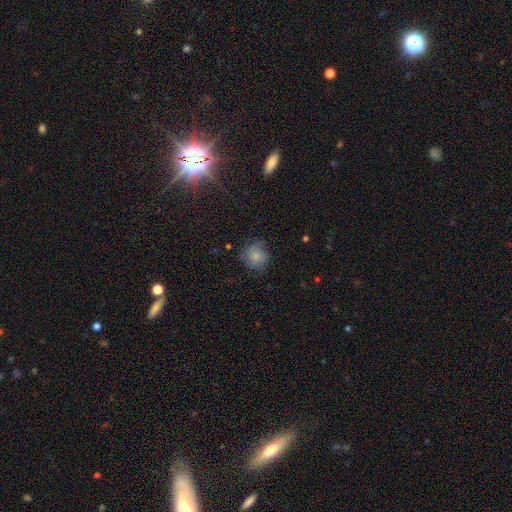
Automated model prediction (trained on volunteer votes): smooth_or_featured: smooth (p=0.73) [alt: featured or disk p=0.18]
how_rounded: round (p=0.89) [alt: in between p=0.10]
merging: none (p=0.71) [alt: minor disturbance p=0.21]